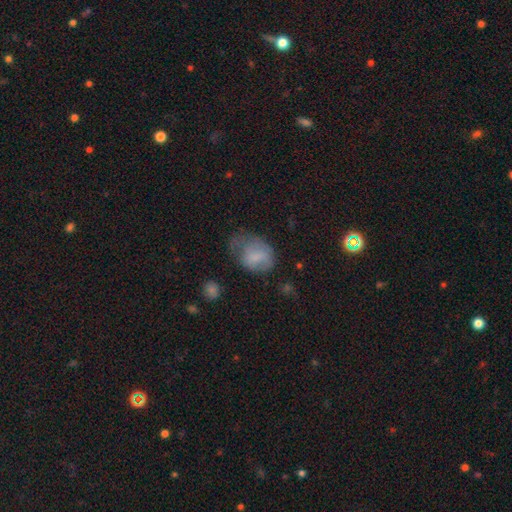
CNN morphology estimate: This appears to be a smooth galaxy with no disk features (70%) that is in between round and cigar-shaped (72%). Merging: minor disturbance (35%).